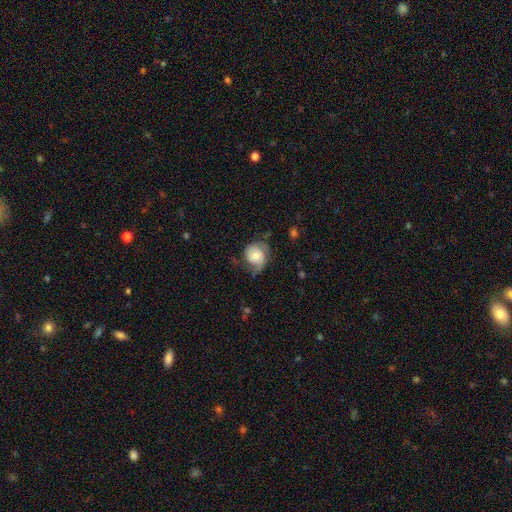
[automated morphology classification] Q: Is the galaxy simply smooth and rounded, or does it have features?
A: featured or disk — 51%.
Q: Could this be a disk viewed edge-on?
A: no — 97%.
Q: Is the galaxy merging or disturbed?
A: none — 46%.